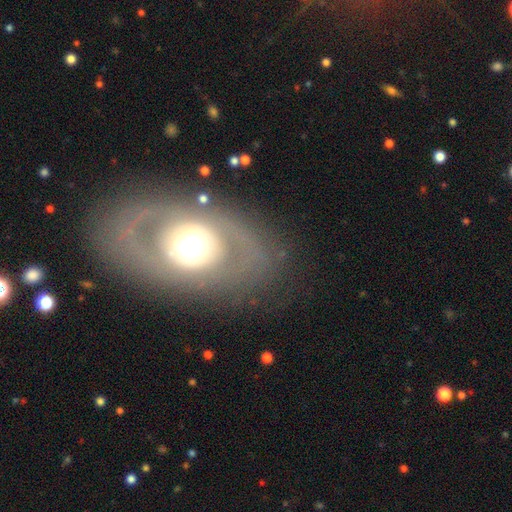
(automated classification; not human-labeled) Q: Smooth or featured?
A: featured or disk (71%); runner-up: smooth (22%)
Q: Edge-on disk?
A: no (92%); runner-up: yes (8%)
Q: Bar?
A: no (83%); runner-up: weak (12%)
Q: Spiral arms?
A: no (57%); runner-up: yes (43%)
Q: Bulge size?
A: large (46%); runner-up: moderate (40%)
Q: Merging?
A: none (83%); runner-up: minor disturbance (11%)